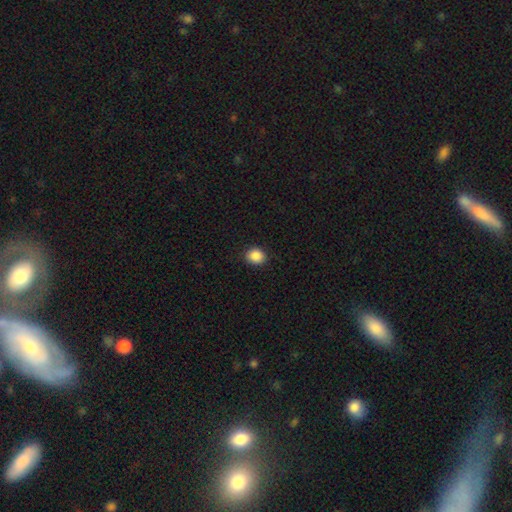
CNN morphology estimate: Smooth or featured? Predicted: smooth (p=0.88). How rounded? Predicted: round (p=0.67). Merging? Predicted: none (p=0.89).